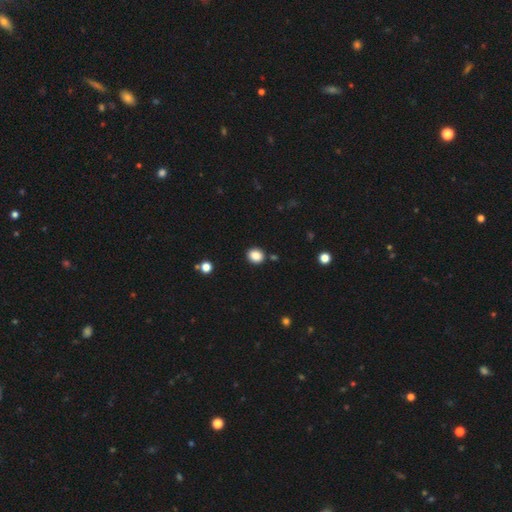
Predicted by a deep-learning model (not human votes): smooth 87%, star or artifact 10%, featured or disk 3%. Down the decision tree: how rounded — round (70%); merging — none (87%).